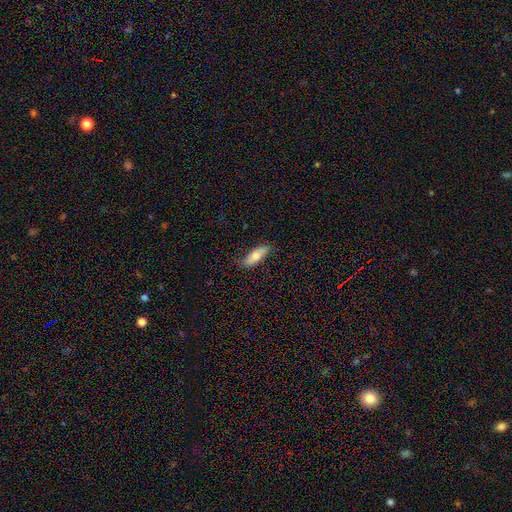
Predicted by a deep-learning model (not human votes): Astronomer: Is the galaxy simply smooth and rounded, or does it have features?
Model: smooth — 72%.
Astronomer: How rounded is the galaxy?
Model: in between — 68%.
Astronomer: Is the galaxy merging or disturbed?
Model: none — 79%.